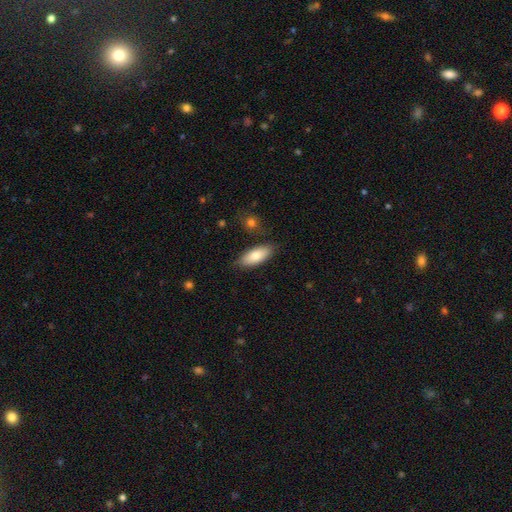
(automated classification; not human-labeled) A smooth galaxy with no disk features (79%) that is in between round and cigar-shaped (83%). Merging: none (81%).